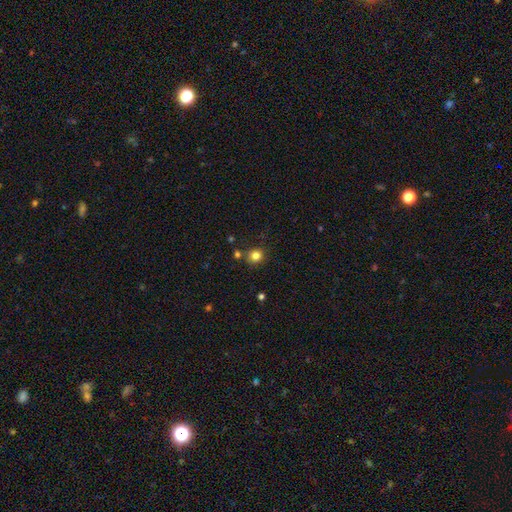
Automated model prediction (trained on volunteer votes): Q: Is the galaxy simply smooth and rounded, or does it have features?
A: smooth — 82%.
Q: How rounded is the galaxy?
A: round — 87%.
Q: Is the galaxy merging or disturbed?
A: none — 81%.